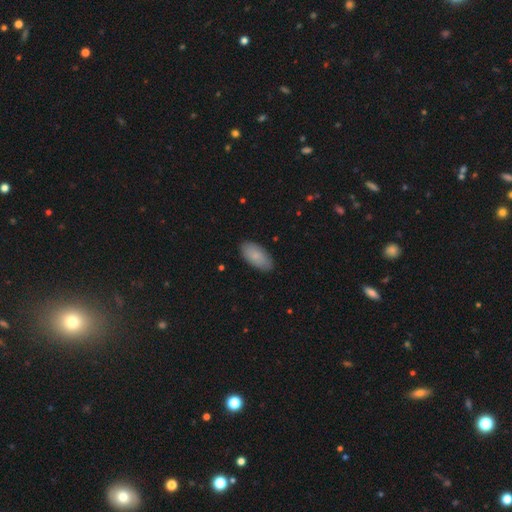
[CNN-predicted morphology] This appears to be a smooth galaxy with no disk features (84%) that is in between round and cigar-shaped (94%). Merging: none (85%).